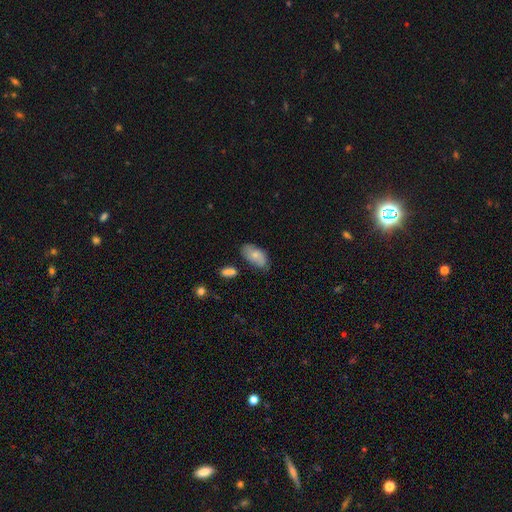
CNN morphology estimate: Smooth or featured? smooth (74%)
How rounded? in between (93%)
Merging? none (70%)